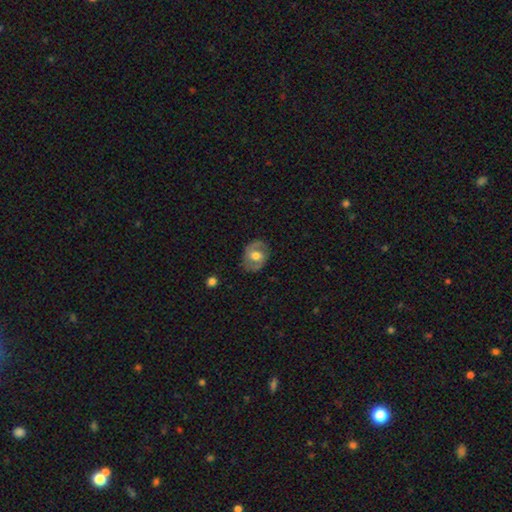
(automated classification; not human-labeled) Morphology: type=featured or disk (56%); edge-on=no (95%); bar=no (50%); spiral arms=yes (62%); bulge=moderate (61%); merging=none (76%).